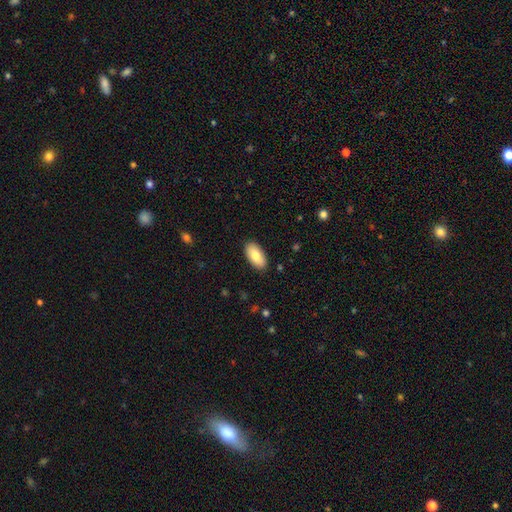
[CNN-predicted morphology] A smooth galaxy with no disk features (80%) that is in between round and cigar-shaped (94%).

Vote fractions:
- Smooth or featured? smooth: 80% / featured or disk: 14% / star or artifact: 6%
- How rounded? in between: 94% / cigar-shaped: 4% / round: 2%
- Merging? none: 89% / minor disturbance: 9% / major disturbance: 2% / merger: 1%